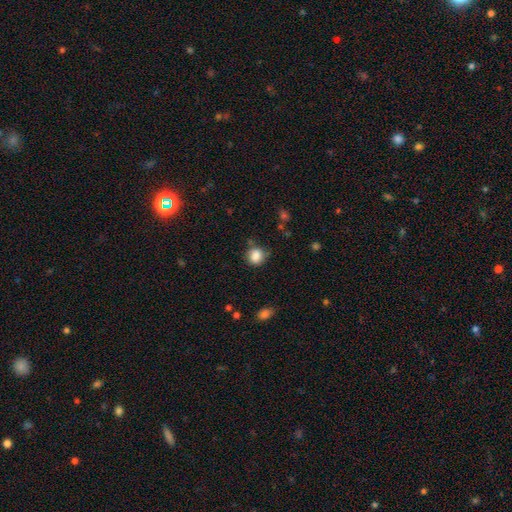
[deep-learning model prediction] This is clearly a smooth galaxy (85%). How rounded: likely round (76%). Merging: likely none (71%).